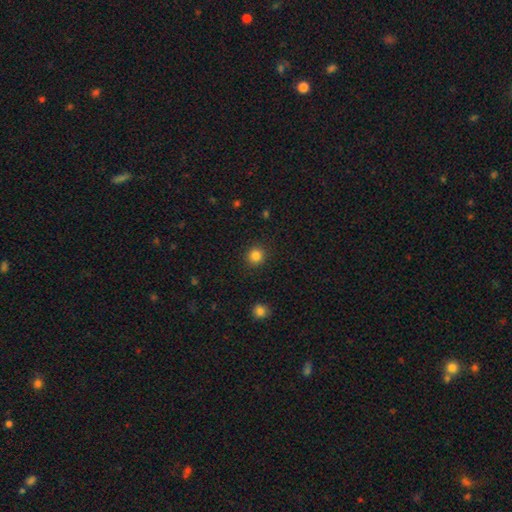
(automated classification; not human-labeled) Smooth or featured: smooth — 84% (star or artifact — 12%)
How rounded: round — 93% (in between — 7%)
Merging: none — 91% (minor disturbance — 5%)